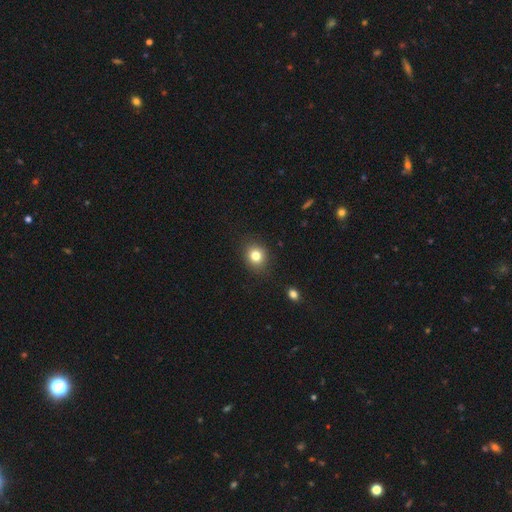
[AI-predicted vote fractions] Overall: smooth (80%). How rounded: round (72%). Merging: none (88%).